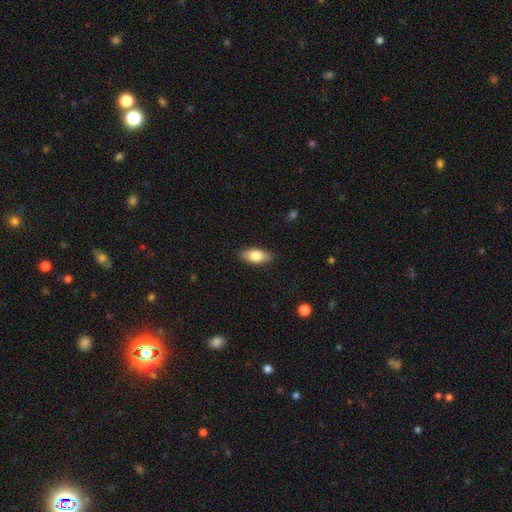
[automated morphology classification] smooth 77%, featured or disk 16%, star or artifact 6%. Down the decision tree: how rounded — in between (85%); merging — none (88%).